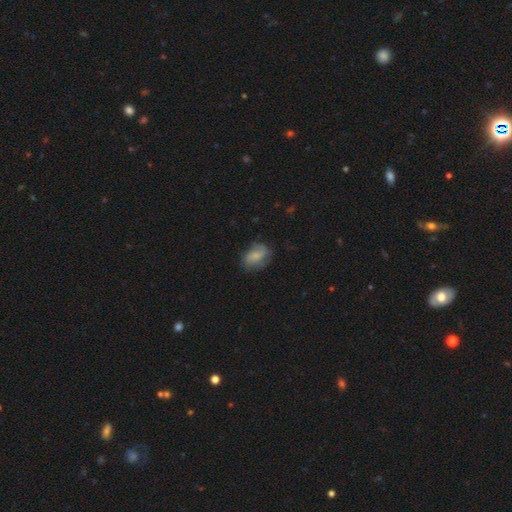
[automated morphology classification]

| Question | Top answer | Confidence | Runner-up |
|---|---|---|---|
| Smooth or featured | smooth | 53% | featured or disk (39%) |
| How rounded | in between | 77% | round (21%) |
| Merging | none | 62% | minor disturbance (25%) |